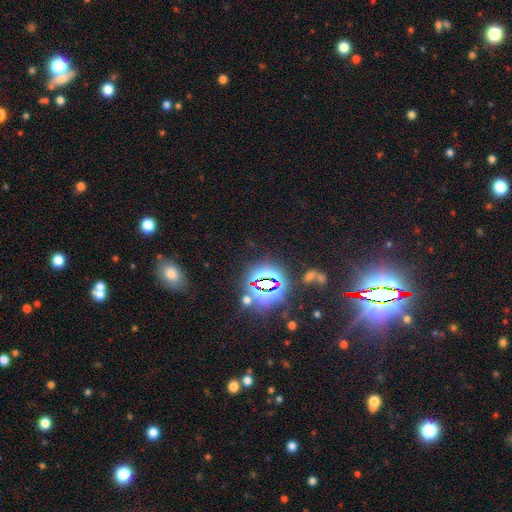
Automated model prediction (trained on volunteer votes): smooth-or-featured: star or artifact: 78% | smooth: 13% | featured or disk: 9%